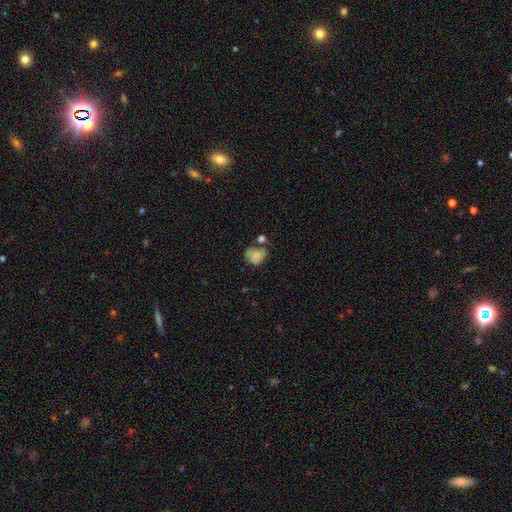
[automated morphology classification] Overall: smooth (69%). How rounded: round (51%; in between 48%). Merging: none (35%; minor disturbance 25%).